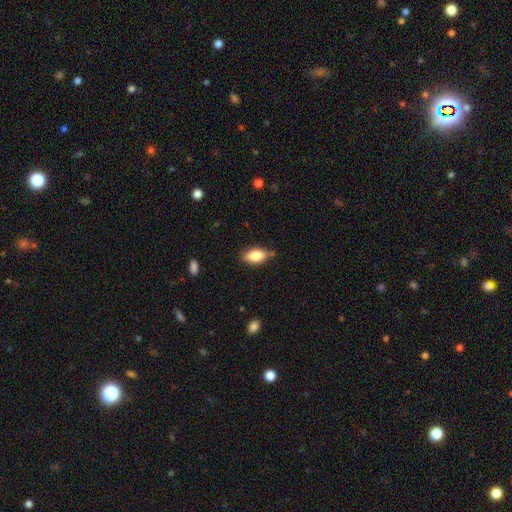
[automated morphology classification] Smooth or featured? Predicted: smooth (p=0.78). How rounded? Predicted: in between (p=0.87). Merging? Predicted: none (p=0.76).